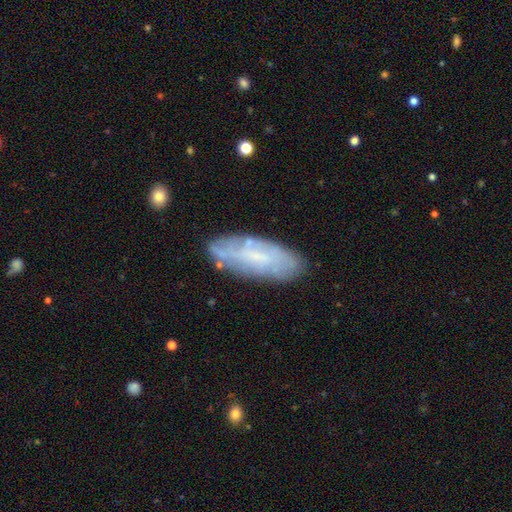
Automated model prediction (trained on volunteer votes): This is possibly a featured or disk galaxy (51%). It is clearly not viewed edge-on (80%). Merging: likely none (74%).